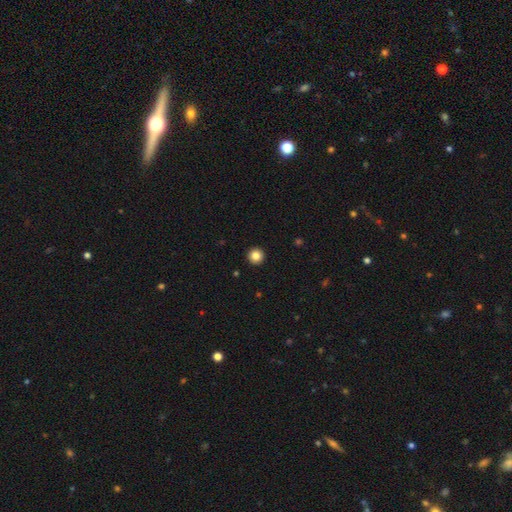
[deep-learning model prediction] Smooth or featured?
  - smooth: 85% *
  - star or artifact: 10%
  - featured or disk: 4%
How rounded?
  - round: 97% *
  - in between: 2%
  - cigar-shaped: 1%
Merging?
  - none: 94% *
  - minor disturbance: 4%
  - major disturbance: 1%
  - merger: 1%